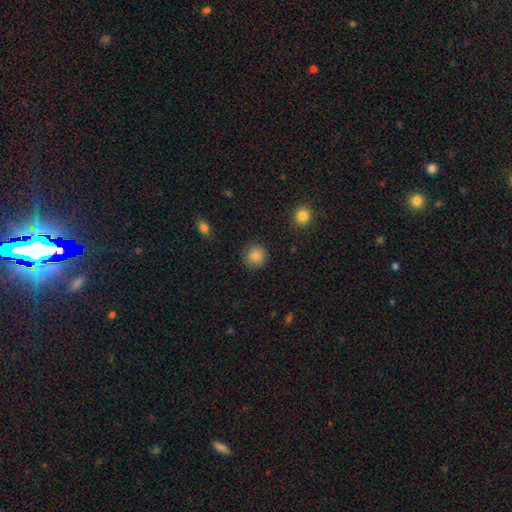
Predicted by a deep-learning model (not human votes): Morphology: type=smooth (87%); roundness=round (92%); merging=none (87%).